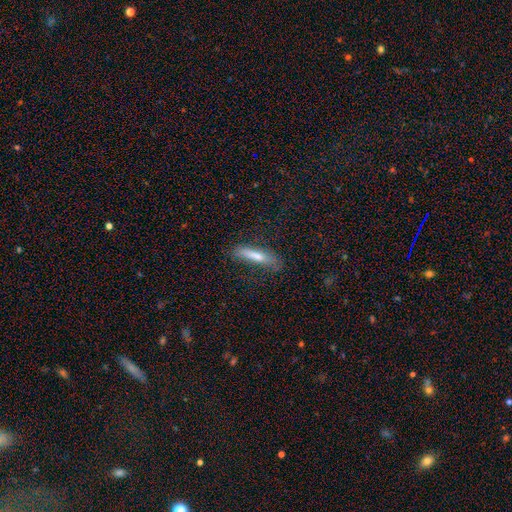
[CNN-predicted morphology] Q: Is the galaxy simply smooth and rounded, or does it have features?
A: smooth — 67%.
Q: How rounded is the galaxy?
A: cigar-shaped — 78%.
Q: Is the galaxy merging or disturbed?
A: none — 69%.